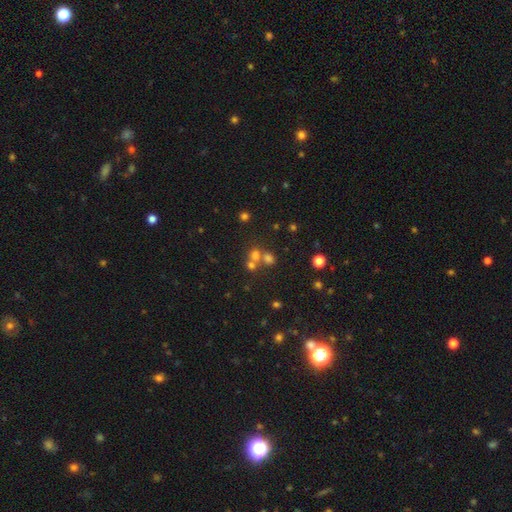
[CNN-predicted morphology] A smooth galaxy with no disk features (56%) that is round (79%). Merging: none (47%).